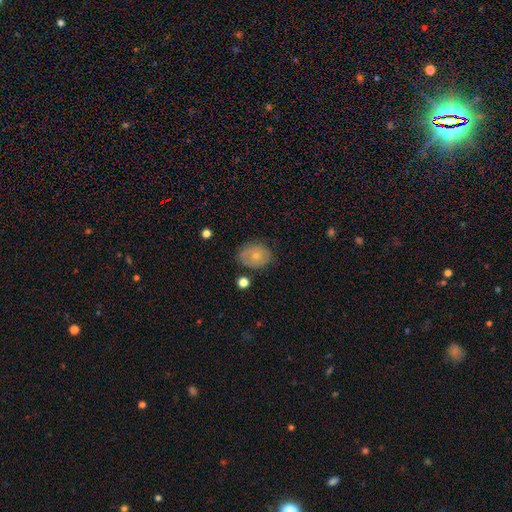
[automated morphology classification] This is likely a smooth galaxy (61%). How rounded: possibly in between (50%). Merging: likely none (72%).